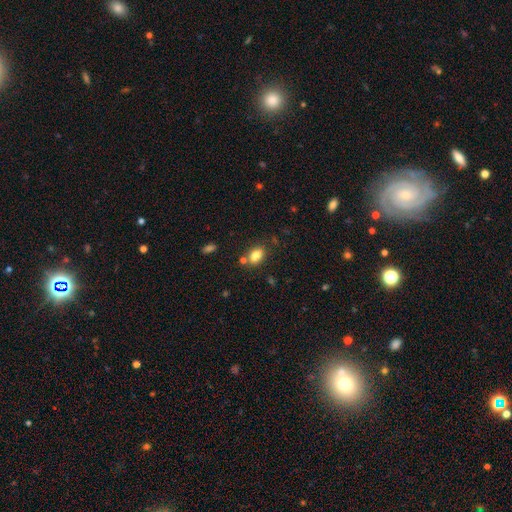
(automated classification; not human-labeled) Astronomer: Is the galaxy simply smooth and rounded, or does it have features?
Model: smooth — 83%.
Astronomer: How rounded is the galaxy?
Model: in between — 82%.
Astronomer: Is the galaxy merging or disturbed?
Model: none — 73%.